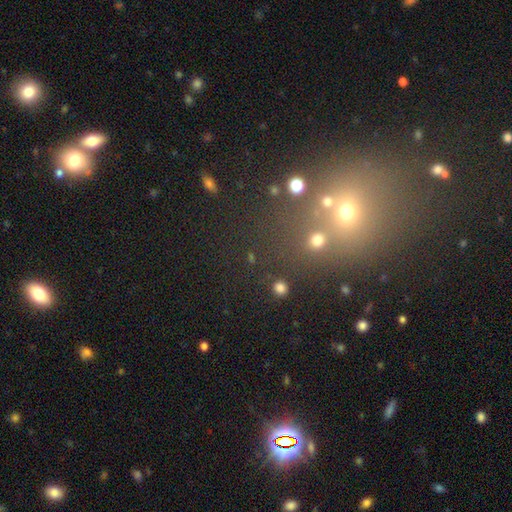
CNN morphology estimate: This appears to be a star or artifact, not a galaxy (54%).